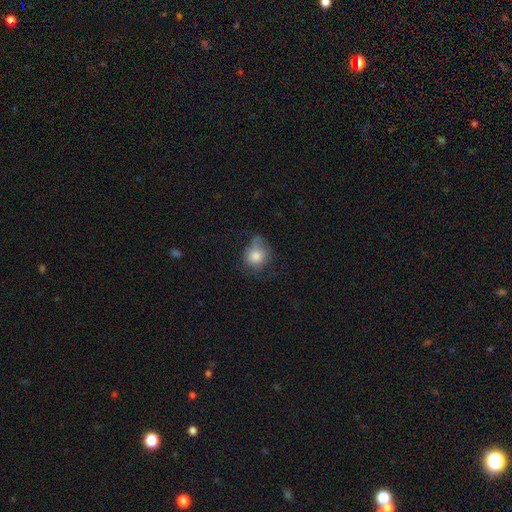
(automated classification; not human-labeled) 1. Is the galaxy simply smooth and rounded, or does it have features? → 79% smooth, 13% featured or disk, 9% star or artifact.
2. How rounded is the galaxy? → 76% round, 23% in between, 1% cigar-shaped.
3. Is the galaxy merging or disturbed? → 47% none, 34% minor disturbance, 15% major disturbance, 4% merger.